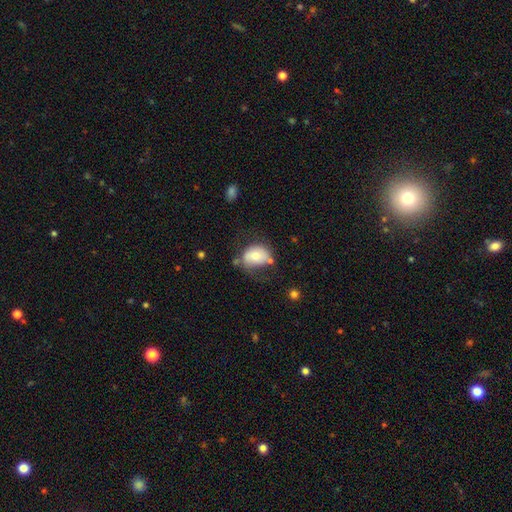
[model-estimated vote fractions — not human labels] Smooth or featured? Predicted: smooth (p=0.64). How rounded? Predicted: in between (p=0.62). Merging? Predicted: none (p=0.46).